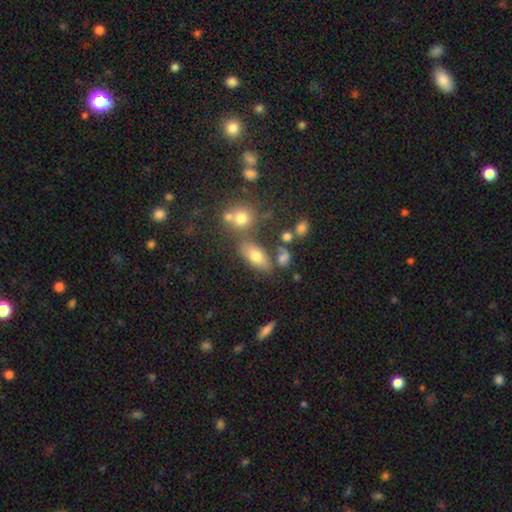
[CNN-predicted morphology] Smooth or featured: smooth — 70% (featured or disk — 18%)
How rounded: in between — 80% (cigar-shaped — 12%)
Merging: none — 65% (merger — 15%)